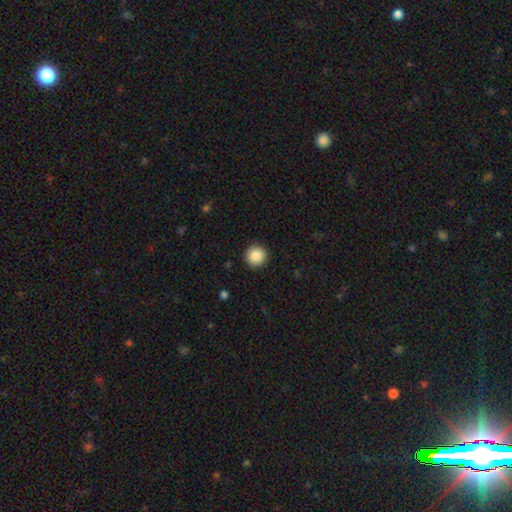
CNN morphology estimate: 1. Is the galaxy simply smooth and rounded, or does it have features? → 88% smooth, 9% star or artifact, 4% featured or disk.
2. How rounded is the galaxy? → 96% round, 3% in between, 1% cigar-shaped.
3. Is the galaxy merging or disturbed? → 92% none, 5% minor disturbance, 2% major disturbance, 1% merger.